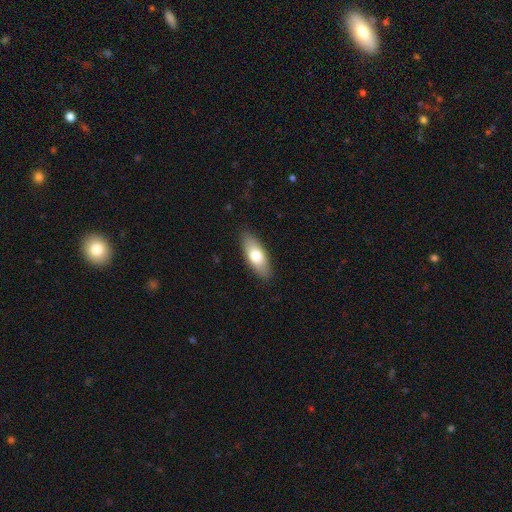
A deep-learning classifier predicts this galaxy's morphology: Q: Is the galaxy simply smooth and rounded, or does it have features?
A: smooth — 71%.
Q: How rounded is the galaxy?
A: in between — 75%.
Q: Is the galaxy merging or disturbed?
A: none — 87%.